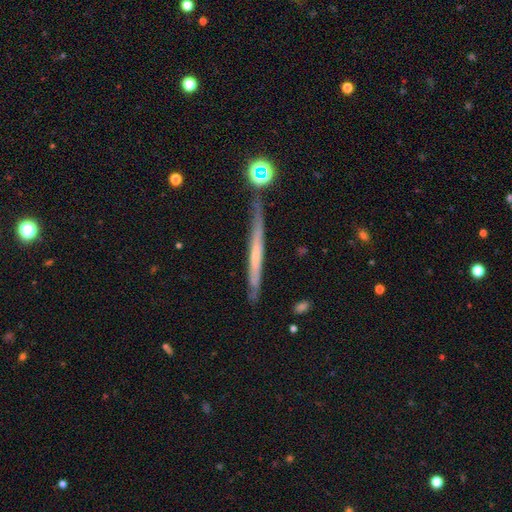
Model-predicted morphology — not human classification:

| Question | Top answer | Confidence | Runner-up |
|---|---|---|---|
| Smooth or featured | featured or disk | 53% | smooth (39%) |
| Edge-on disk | yes | 93% | no (7%) |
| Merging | none | 75% | minor disturbance (17%) |